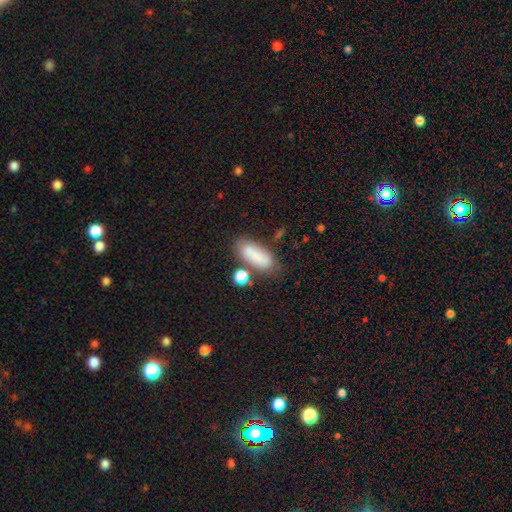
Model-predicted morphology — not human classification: This is clearly a smooth galaxy (81%). How rounded: likely in between (75%). Merging: likely none (63%).